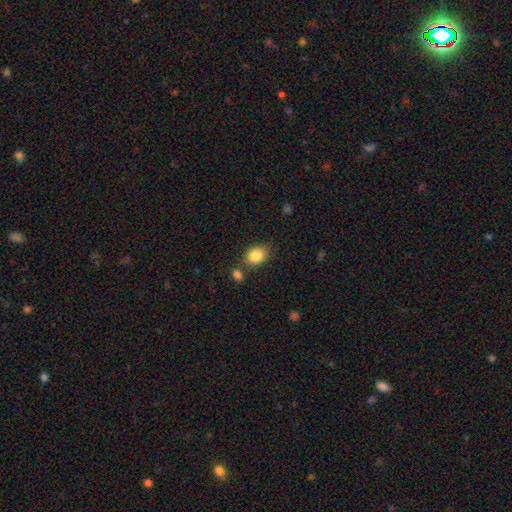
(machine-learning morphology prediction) smooth 85%, star or artifact 8%, featured or disk 6%. Down the decision tree: how rounded — in between (59%); merging — none (74%).